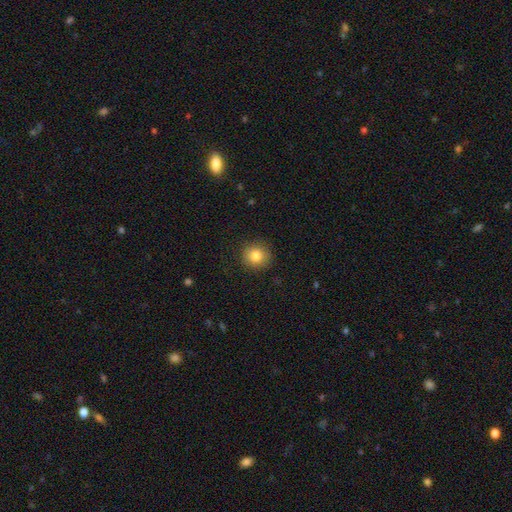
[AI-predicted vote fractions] smooth-or-featured: smooth: 82% | star or artifact: 10% | featured or disk: 7%
  how-rounded: round: 91% | in between: 8% | cigar-shaped: 1%
  merging: none: 90% | minor disturbance: 7% | major disturbance: 2% | merger: 1%